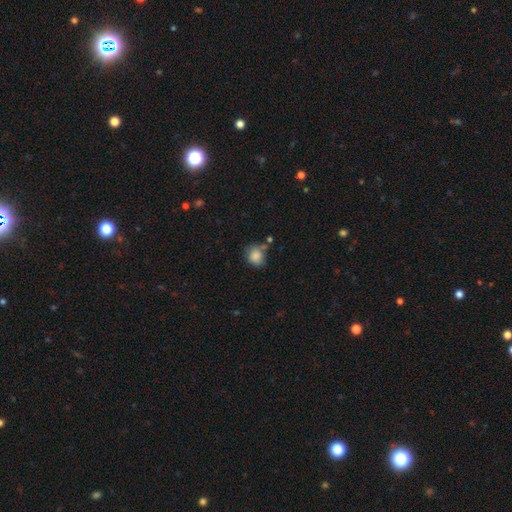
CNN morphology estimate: A smooth galaxy with no disk features (85%) that is round (76%). Merging: none (59%).